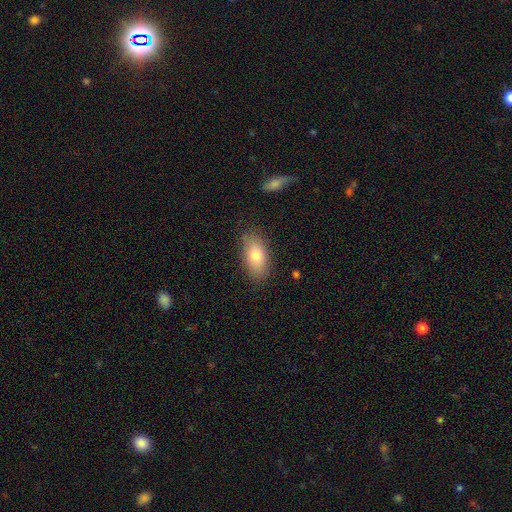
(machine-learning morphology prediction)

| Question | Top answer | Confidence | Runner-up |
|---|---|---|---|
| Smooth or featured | smooth | 77% | featured or disk (16%) |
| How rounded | in between | 89% | cigar-shaped (6%) |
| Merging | none | 83% | minor disturbance (12%) |